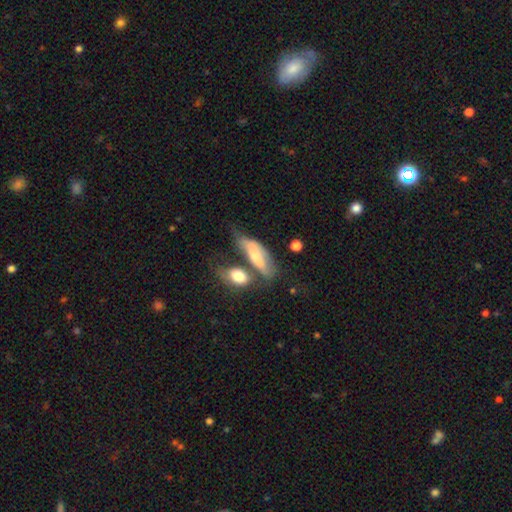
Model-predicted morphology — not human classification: type=smooth (59%); roundness=in between (72%); merging=merger (37%).